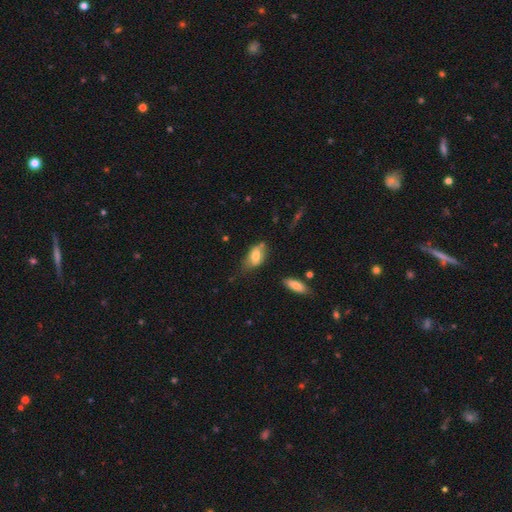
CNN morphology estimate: This appears to be a smooth galaxy with no disk features (70%) that is in between round and cigar-shaped (90%). Merging: none (47%).